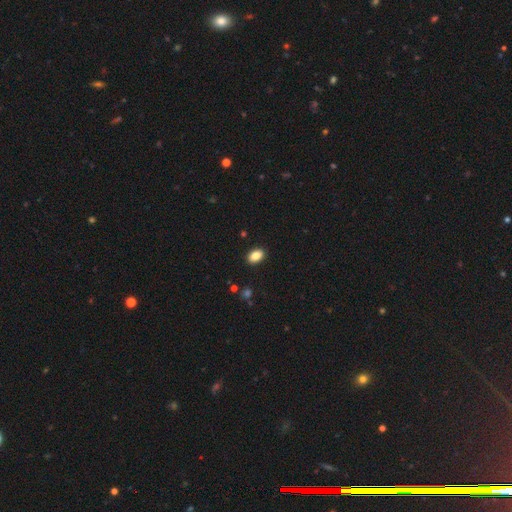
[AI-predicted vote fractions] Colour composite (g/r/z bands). It shows a smooth galaxy with no disk features (86%) that is in between round and cigar-shaped (87%). Merging: none (90%).